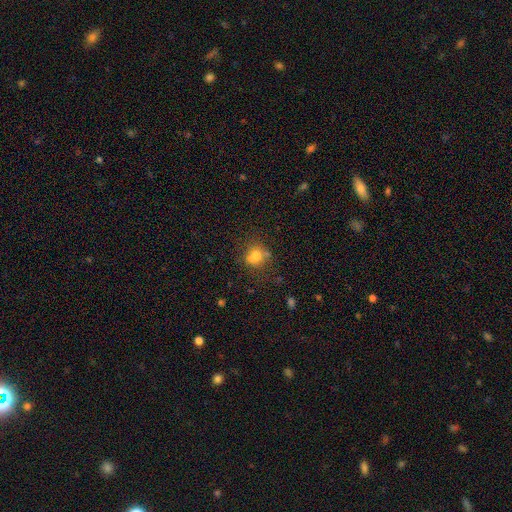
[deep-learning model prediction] smooth-or-featured: smooth: 69% | featured or disk: 17% | star or artifact: 14%
  how-rounded: round: 77% | in between: 22% | cigar-shaped: 1%
  merging: none: 51% | merger: 27% | minor disturbance: 15% | major disturbance: 6%